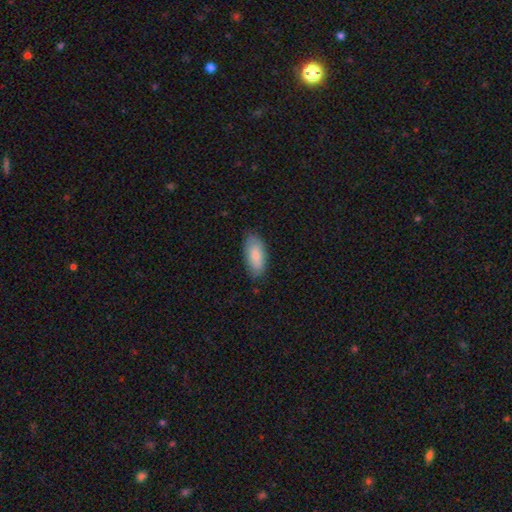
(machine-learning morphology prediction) smooth_or_featured: smooth (p=0.85) [alt: featured or disk p=0.10]
how_rounded: in between (p=0.88) [alt: cigar-shaped p=0.10]
merging: none (p=0.81) [alt: minor disturbance p=0.16]